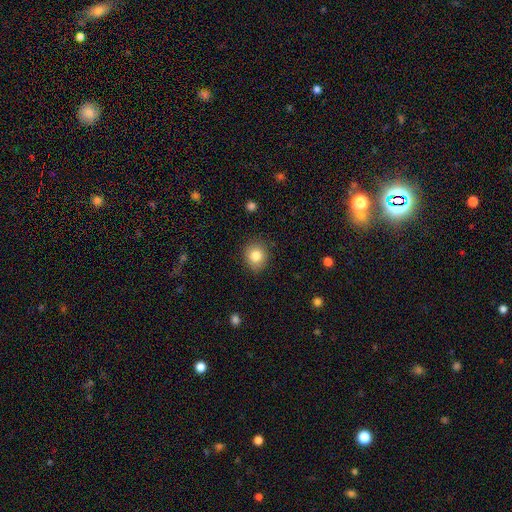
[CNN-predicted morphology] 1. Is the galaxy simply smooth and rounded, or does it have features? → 82% smooth, 10% star or artifact, 8% featured or disk.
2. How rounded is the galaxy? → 76% round, 23% in between, 1% cigar-shaped.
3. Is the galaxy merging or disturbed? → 86% none, 10% minor disturbance, 3% major disturbance, 1% merger.